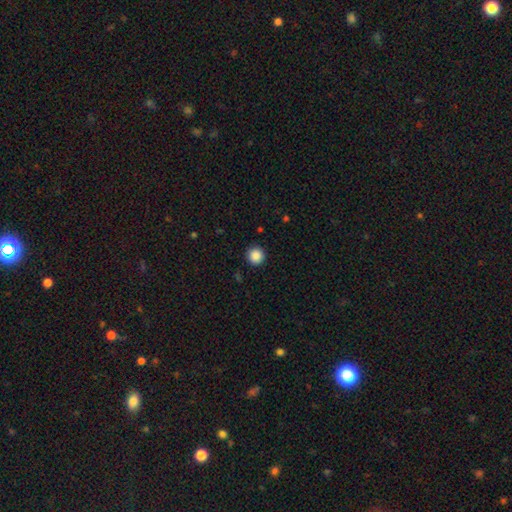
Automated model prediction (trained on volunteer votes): The model was most divided on "smooth or featured": smooth: 88%, star or artifact: 9%, featured or disk: 3%. More confident: how rounded — round (95%); merging — none (92%).